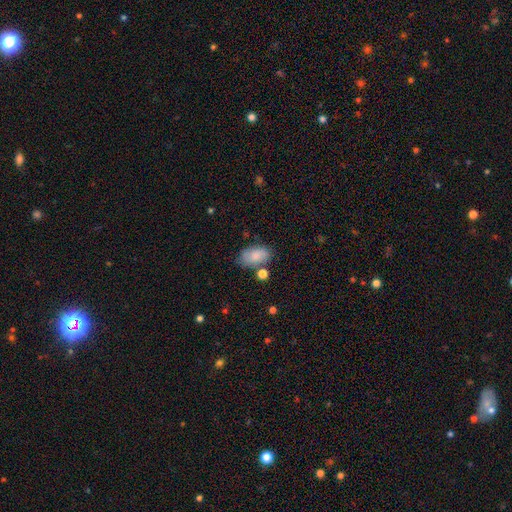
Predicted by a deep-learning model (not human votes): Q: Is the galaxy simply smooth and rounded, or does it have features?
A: smooth — 78%.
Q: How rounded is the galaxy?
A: in between — 91%.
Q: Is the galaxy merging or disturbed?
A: none — 64%.